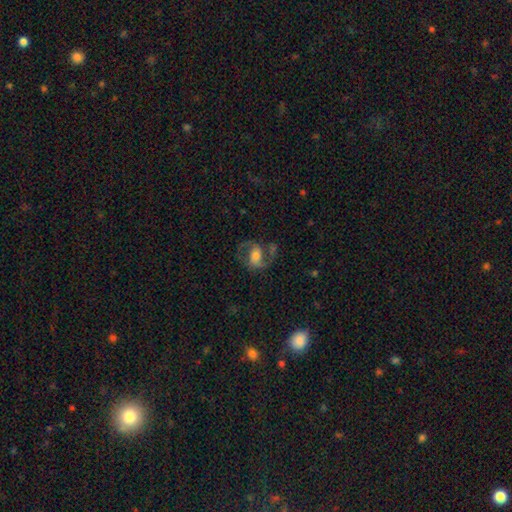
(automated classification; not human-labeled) Smooth or featured: featured or disk — 70% (smooth — 21%)
Edge-on disk: no — 97% (yes — 3%)
Bar: weak — 39% (no — 38%)
Spiral arms: yes — 89% (no — 11%)
Spiral winding: medium — 54% (loose — 32%)
Spiral arm count: 2 — 88% (1 — 5%)
Bulge size: moderate — 46% (large — 24%)
Merging: none — 59% (major disturbance — 18%)